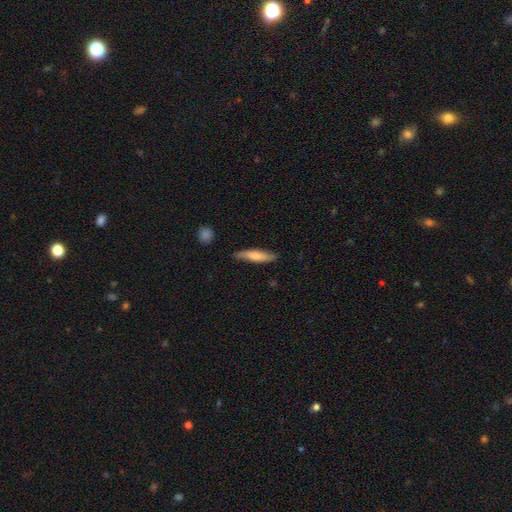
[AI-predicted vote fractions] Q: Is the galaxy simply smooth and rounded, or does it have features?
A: smooth — 70%.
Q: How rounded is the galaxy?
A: cigar-shaped — 80%.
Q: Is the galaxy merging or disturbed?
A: none — 80%.